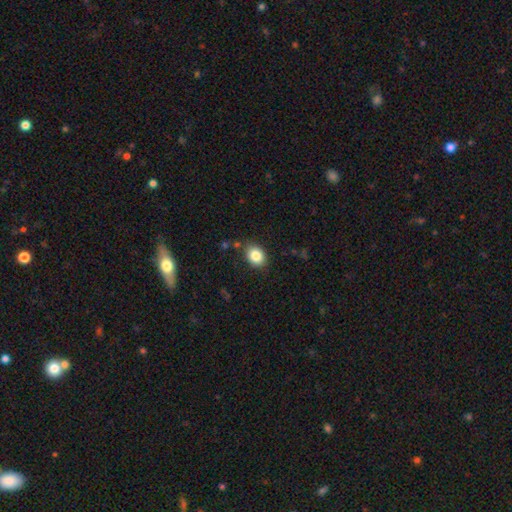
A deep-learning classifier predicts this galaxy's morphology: Smooth or featured? smooth (85%)
How rounded? in between (61%)
Merging? none (84%)